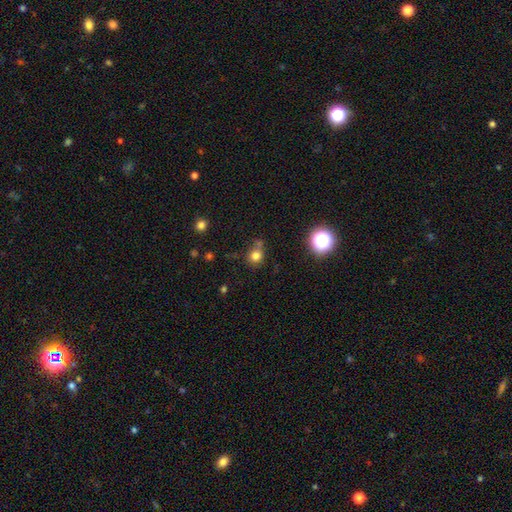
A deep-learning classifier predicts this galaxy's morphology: smooth-or-featured: smooth: 77% | star or artifact: 16% | featured or disk: 7%
  how-rounded: round: 86% | in between: 13% | cigar-shaped: 1%
  merging: none: 62% | merger: 17% | minor disturbance: 15% | major disturbance: 6%